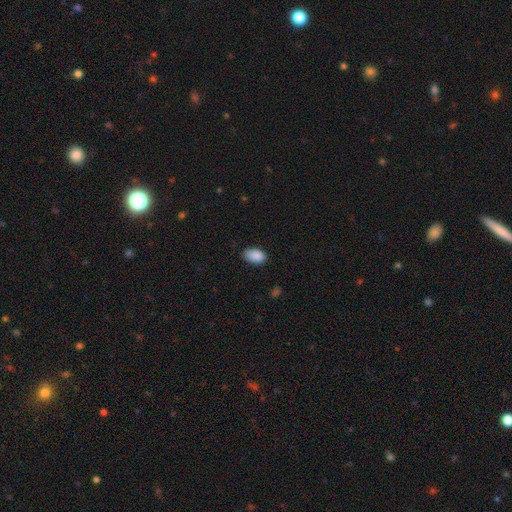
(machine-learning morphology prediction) The model was most divided on "merging": none: 78%, minor disturbance: 18%, major disturbance: 3%, merger: 1%. More confident: how rounded — in between (92%); smooth or featured — smooth (89%).